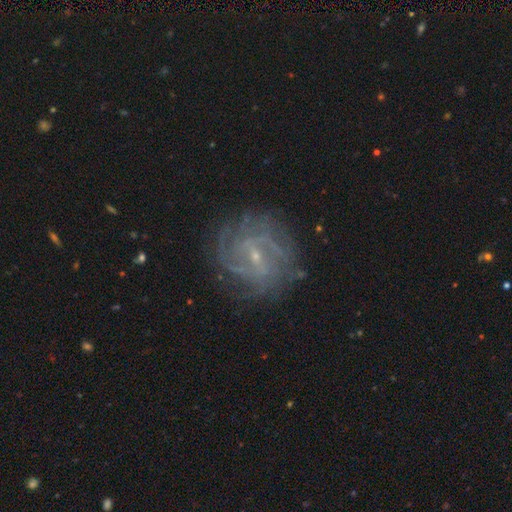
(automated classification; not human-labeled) The model was most divided on "spiral arm count": can't tell: 40%, 2: 19%, 3: 13%, 4: 13%, more than 4: 8%, 1: 7%. More confident: edge-on disk — no (97%); spiral arms — yes (91%); smooth or featured — featured or disk (81%); merging — none (80%); bulge size — small (80%); spiral winding — tight (57%); bar — weak (53%).